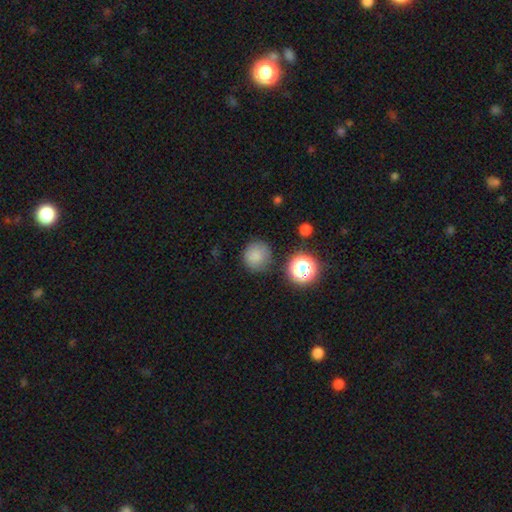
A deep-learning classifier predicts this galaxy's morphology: Smooth or featured? smooth (79%)
How rounded? round (92%)
Merging? none (80%)